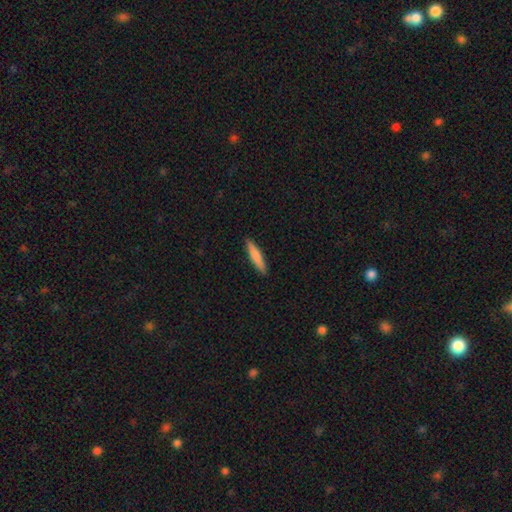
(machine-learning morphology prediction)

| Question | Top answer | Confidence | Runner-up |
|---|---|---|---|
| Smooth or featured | smooth | 78% | featured or disk (17%) |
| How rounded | cigar-shaped | 88% | in between (11%) |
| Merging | none | 91% | minor disturbance (7%) |